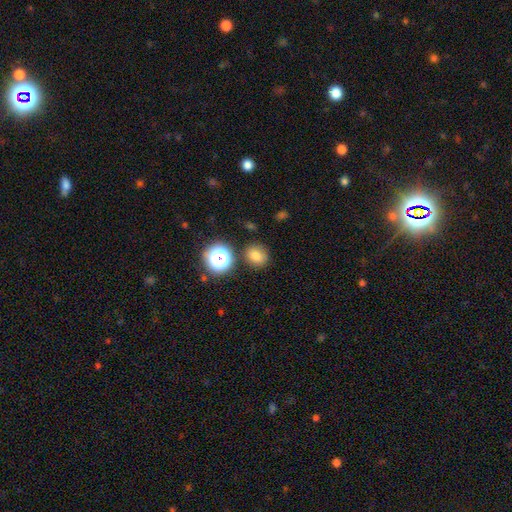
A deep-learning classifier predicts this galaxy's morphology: Smooth or featured: smooth — 77% (star or artifact — 16%)
How rounded: round — 74% (in between — 25%)
Merging: none — 82% (minor disturbance — 10%)